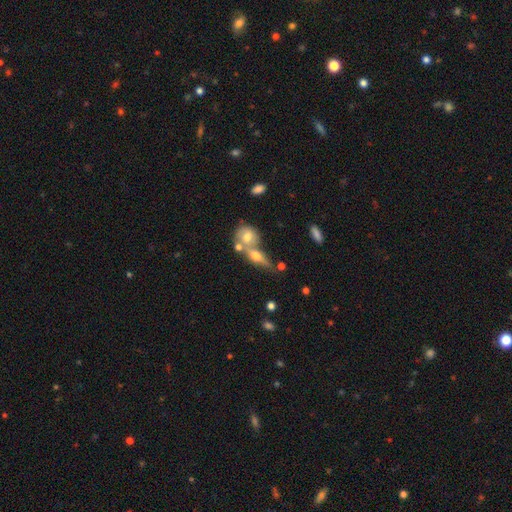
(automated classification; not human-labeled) Smooth or featured? smooth (49%)
Merging? merger (47%)